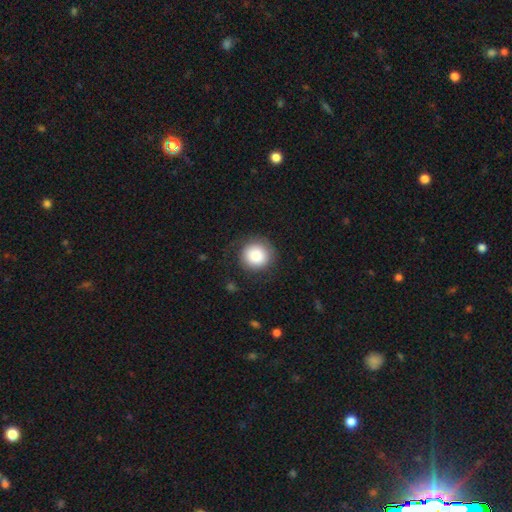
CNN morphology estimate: Smooth or featured? smooth (83%)
How rounded? round (93%)
Merging? none (82%)